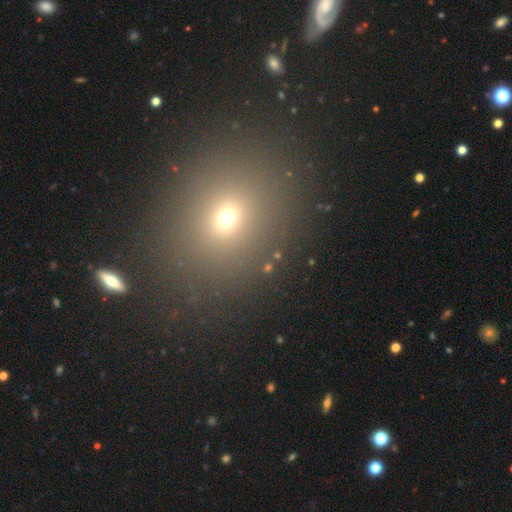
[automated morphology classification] Smooth or featured? smooth (60%)
How rounded? round (61%)
Merging? none (87%)